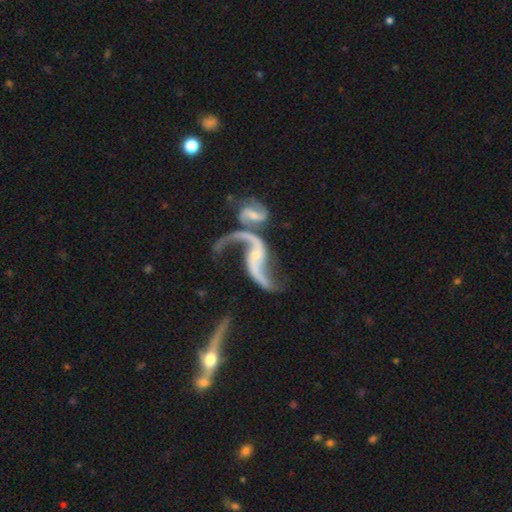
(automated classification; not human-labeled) Overall: featured or disk (90%). Edge-on disk: no (95%). Bar: no (51%; weak 33%). Spiral arms: yes (94%). Spiral arm count: 2 (91%). Spiral winding: loose (88%). Bulge size: small (66%). Merging: merger (46%; none 28%).